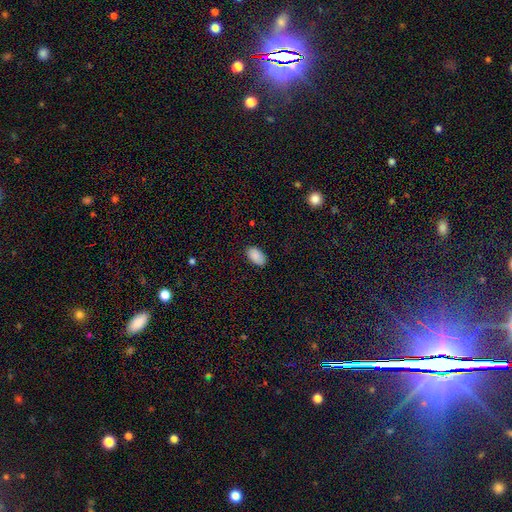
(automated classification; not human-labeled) Q: Smooth or featured?
A: smooth (89%); runner-up: star or artifact (7%)
Q: How rounded?
A: in between (94%); runner-up: round (4%)
Q: Merging?
A: none (85%); runner-up: minor disturbance (11%)